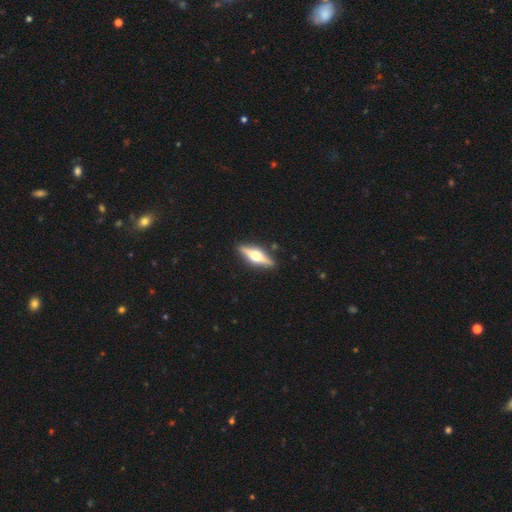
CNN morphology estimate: A featured or disk galaxy (71%) viewed edge-on (97%) with a rounded central bulge (94%).

Vote fractions:
- Smooth or featured? featured or disk: 71% / smooth: 24% / star or artifact: 5%
- Edge-on disk? yes: 97% / no: 3%
- Edge-on bulge? rounded: 94% / boxy: 4% / none: 2%
- Merging? none: 89% / minor disturbance: 8% / major disturbance: 2% / merger: 2%